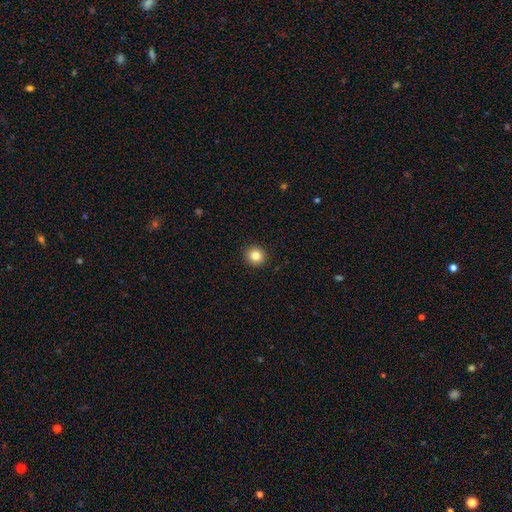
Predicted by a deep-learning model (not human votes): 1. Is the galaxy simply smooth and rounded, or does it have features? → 84% smooth, 10% star or artifact, 6% featured or disk.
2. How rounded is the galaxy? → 91% round, 8% in between, 1% cigar-shaped.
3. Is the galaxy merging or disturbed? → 93% none, 5% minor disturbance, 2% major disturbance, 1% merger.